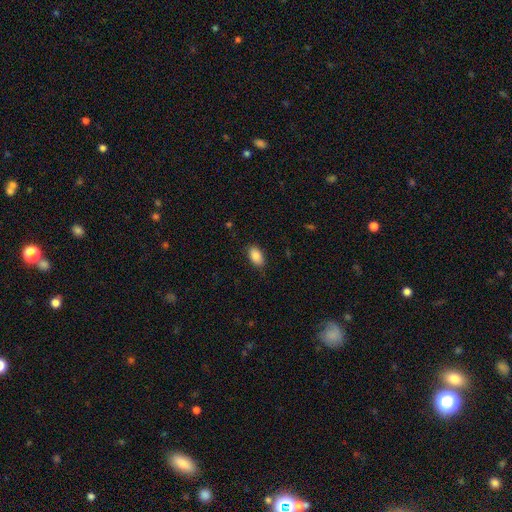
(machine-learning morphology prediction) Smooth or featured?
  - smooth: 88% *
  - star or artifact: 7%
  - featured or disk: 5%
How rounded?
  - in between: 93% *
  - round: 5%
  - cigar-shaped: 2%
Merging?
  - none: 83% *
  - minor disturbance: 13%
  - major disturbance: 3%
  - merger: 1%